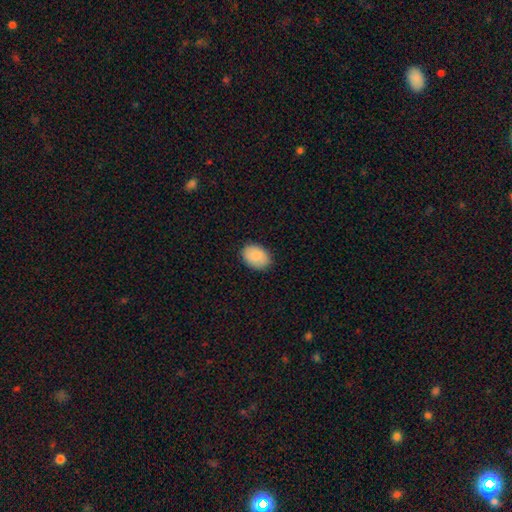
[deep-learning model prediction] Overall: smooth (88%). How rounded: in between (76%). Merging: none (87%).